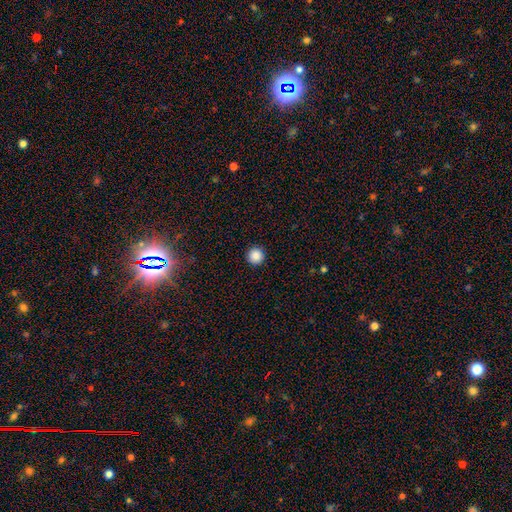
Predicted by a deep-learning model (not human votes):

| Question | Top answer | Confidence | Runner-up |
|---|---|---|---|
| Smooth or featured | smooth | 87% | star or artifact (10%) |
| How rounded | round | 97% | in between (3%) |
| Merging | none | 93% | minor disturbance (5%) |